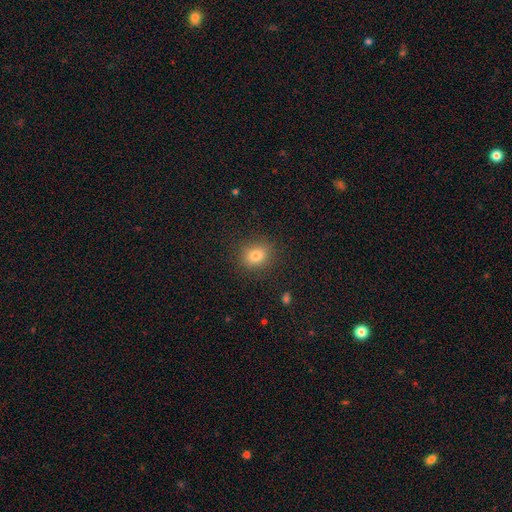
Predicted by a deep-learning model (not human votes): The model was most divided on "how rounded": round: 62%, in between: 36%, cigar-shaped: 1%. More confident: merging — none (87%); smooth or featured — smooth (79%).